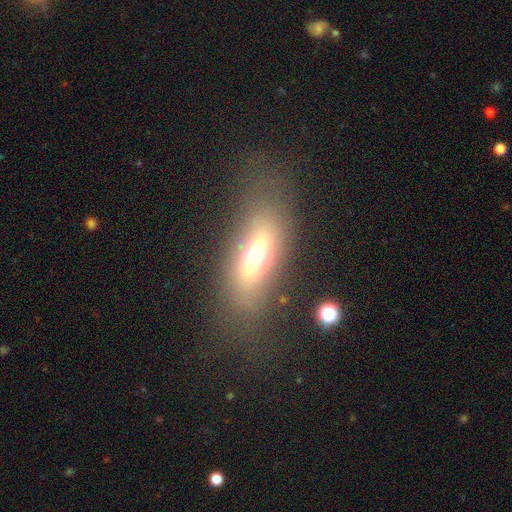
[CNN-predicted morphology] A smooth galaxy with no disk features (58%) that is in between round and cigar-shaped (69%). Merging: none (65%).